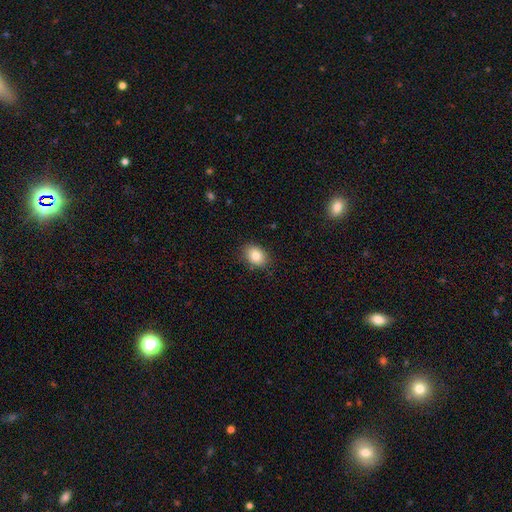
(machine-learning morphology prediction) This is clearly a smooth galaxy (84%). How rounded: likely in between (70%). Merging: clearly none (86%).